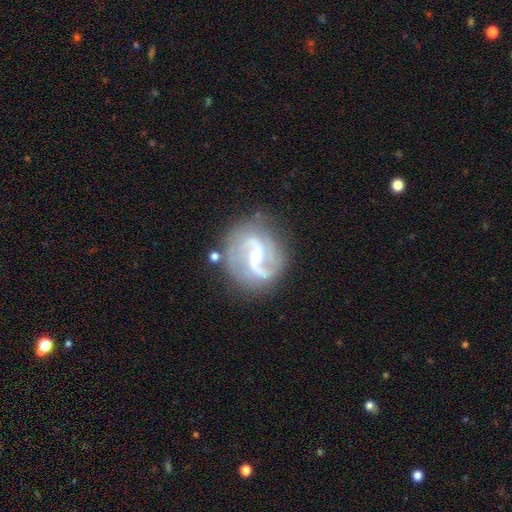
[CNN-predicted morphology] Q: Smooth or featured?
A: featured or disk (90%); runner-up: star or artifact (5%)
Q: Edge-on disk?
A: no (98%); runner-up: yes (2%)
Q: Bar?
A: weak (52%); runner-up: no (25%)
Q: Spiral arms?
A: yes (98%); runner-up: no (2%)
Q: Spiral winding?
A: medium (52%); runner-up: loose (37%)
Q: Spiral arm count?
A: 2 (88%); runner-up: 3 (4%)
Q: Bulge size?
A: small (59%); runner-up: moderate (32%)
Q: Merging?
A: none (75%); runner-up: minor disturbance (15%)